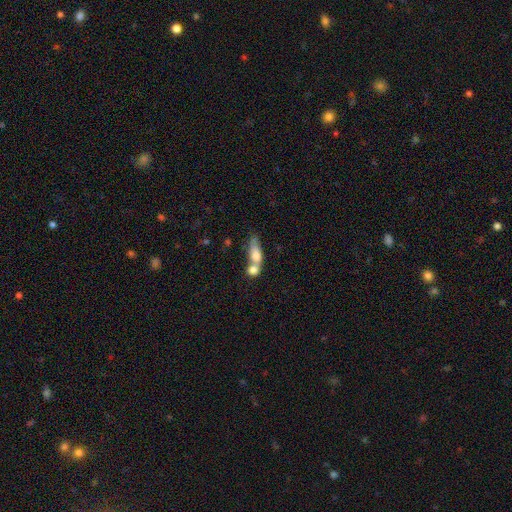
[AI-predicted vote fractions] Smooth or featured? Predicted: smooth (p=0.68). How rounded? Predicted: in between (p=0.57). Merging? Predicted: merger (p=0.66).